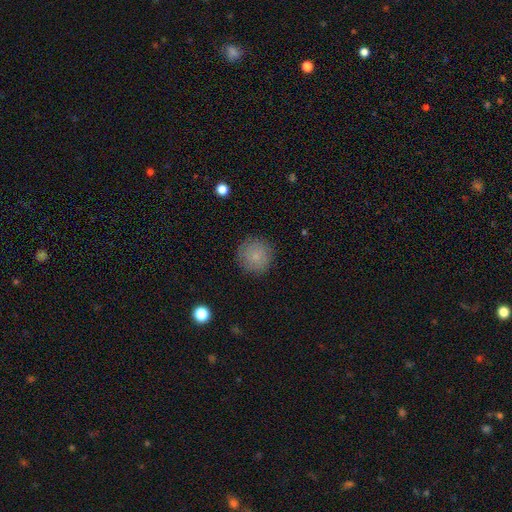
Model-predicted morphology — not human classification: Overall: smooth (80%). How rounded: round (95%). Merging: none (87%).